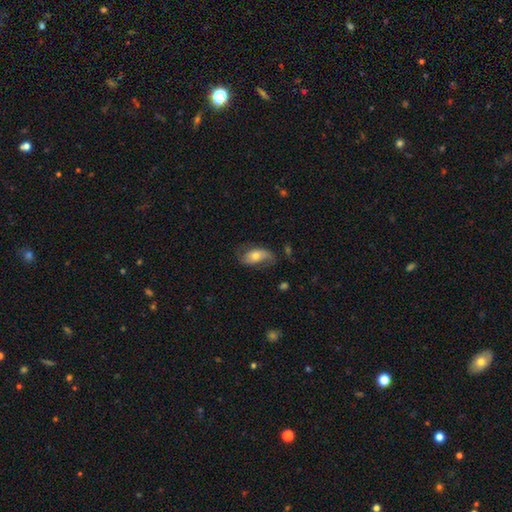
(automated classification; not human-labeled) featured or disk 49%, smooth 44%, star or artifact 7%. Down the decision tree: merging — none (59%).